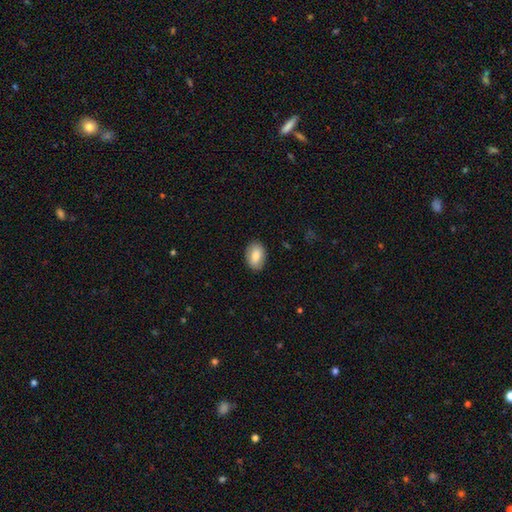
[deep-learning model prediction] Smooth or featured?
  - smooth: 80% *
  - featured or disk: 13%
  - star or artifact: 7%
How rounded?
  - in between: 86% *
  - round: 12%
  - cigar-shaped: 1%
Merging?
  - none: 87% *
  - minor disturbance: 10%
  - major disturbance: 2%
  - merger: 1%